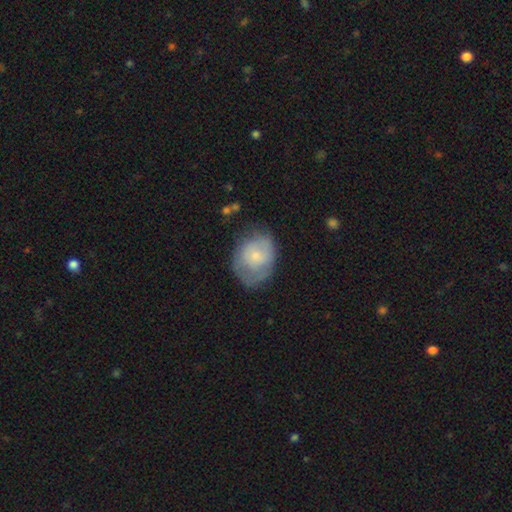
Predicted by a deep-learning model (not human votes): Overall: smooth (59%; featured or disk 34%). How rounded: in between (58%; round 41%). Merging: none (50%; minor disturbance 31%).